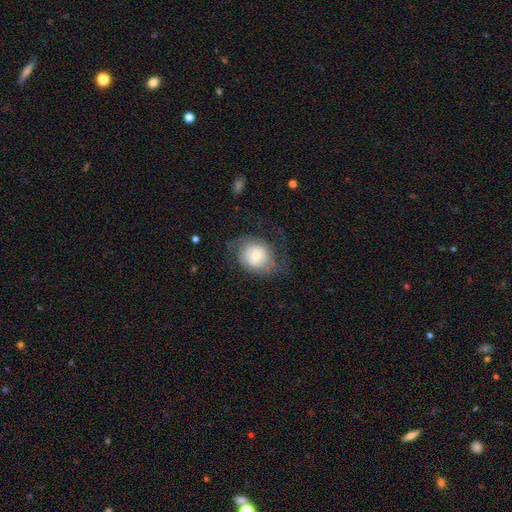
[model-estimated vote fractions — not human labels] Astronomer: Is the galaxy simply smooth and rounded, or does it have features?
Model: featured or disk — 52% (runner-up: smooth, 40%).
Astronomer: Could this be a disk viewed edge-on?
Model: no — 96%.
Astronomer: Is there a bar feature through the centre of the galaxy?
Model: no — 70%.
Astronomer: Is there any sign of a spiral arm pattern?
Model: yes — 76%.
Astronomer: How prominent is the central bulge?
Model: small — 44% (runner-up: moderate, 37%).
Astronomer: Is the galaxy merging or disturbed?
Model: none — 56%.